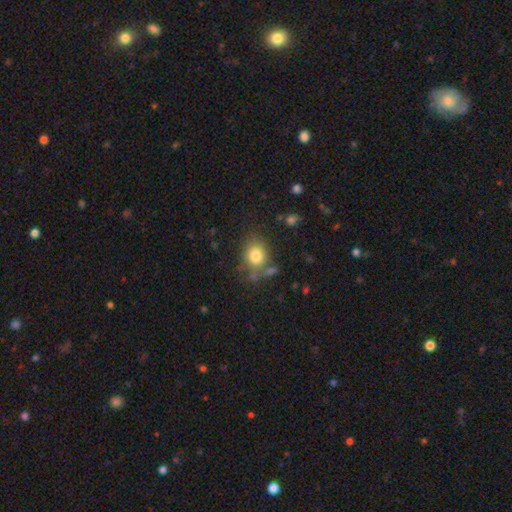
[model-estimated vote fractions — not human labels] Smooth or featured: smooth — 80% (star or artifact — 10%)
How rounded: round — 54% (in between — 45%)
Merging: none — 65% (minor disturbance — 18%)